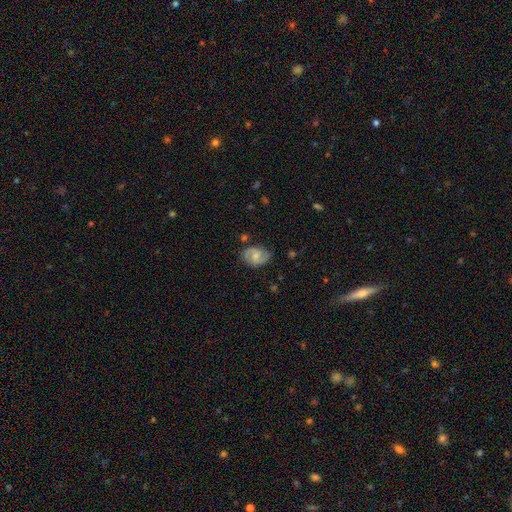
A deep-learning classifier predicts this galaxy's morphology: Smooth or featured? Predicted: featured or disk (p=0.73). Edge-on disk? Predicted: no (p=0.98). Bar? Predicted: weak (p=0.50). Spiral arms? Predicted: yes (p=0.94). Spiral winding? Predicted: medium (p=0.52). Spiral arm count? Predicted: 2 (p=0.90). Bulge size? Predicted: moderate (p=0.45). Merging? Predicted: none (p=0.80).